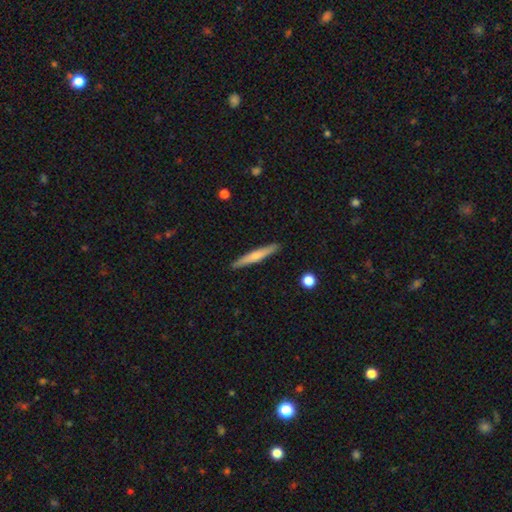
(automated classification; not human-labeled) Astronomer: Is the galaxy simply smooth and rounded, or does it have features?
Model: smooth — 55% (runner-up: featured or disk, 40%).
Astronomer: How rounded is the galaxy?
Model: cigar-shaped — 95%.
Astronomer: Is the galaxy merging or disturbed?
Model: none — 91%.